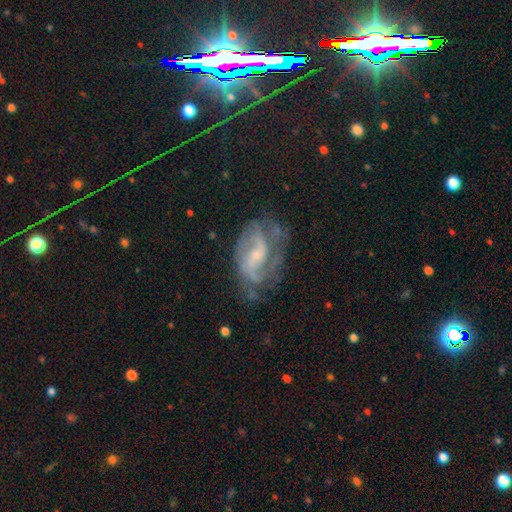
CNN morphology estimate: Smooth or featured?
  - featured or disk: 80% *
  - smooth: 12%
  - star or artifact: 9%
Edge-on disk?
  - no: 97% *
  - yes: 3%
Bar?
  - weak: 47% *
  - no: 40%
  - strong: 12%
Spiral arms?
  - yes: 91% *
  - no: 9%
Spiral winding?
  - medium: 48% *
  - tight: 32%
  - loose: 20%
Spiral arm count?
  - 2: 56% *
  - can't tell: 21%
  - 3: 12%
  - 1: 5%
  - 4: 3%
  - more than 4: 3%
Bulge size?
  - small: 56% *
  - moderate: 30%
  - none: 10%
  - large: 3%
  - dominant: 1%
Merging?
  - none: 58% *
  - minor disturbance: 23%
  - major disturbance: 17%
  - merger: 3%